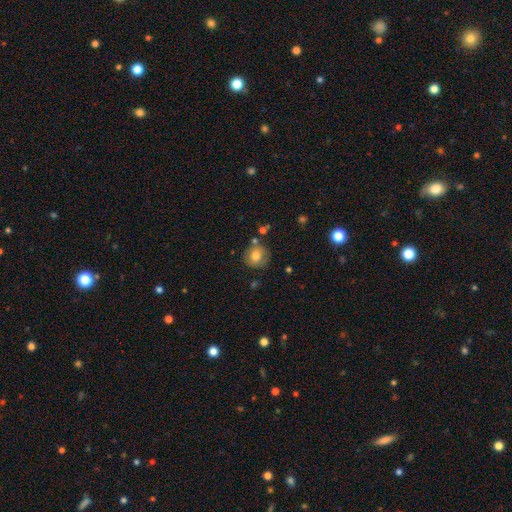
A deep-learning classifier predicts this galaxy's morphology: smooth_or_featured: smooth (p=0.75) [alt: featured or disk p=0.16]
how_rounded: round (p=0.88) [alt: in between p=0.11]
merging: none (p=0.76) [alt: minor disturbance p=0.14]